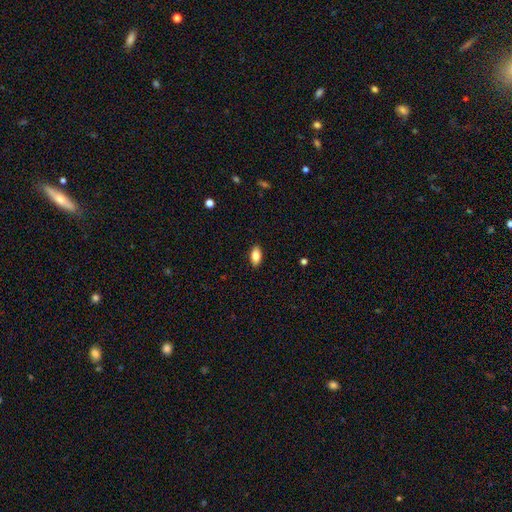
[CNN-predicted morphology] smooth 83%, featured or disk 9%, star or artifact 7%. Down the decision tree: how rounded — in between (91%); merging — none (89%).